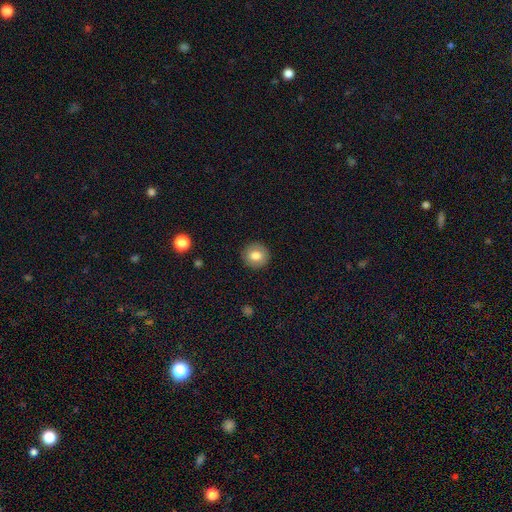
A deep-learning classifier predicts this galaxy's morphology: smooth-or-featured: smooth: 80% | featured or disk: 11% | star or artifact: 9%
  how-rounded: round: 90% | in between: 9% | cigar-shaped: 1%
  merging: none: 91% | minor disturbance: 6% | major disturbance: 2% | merger: 1%